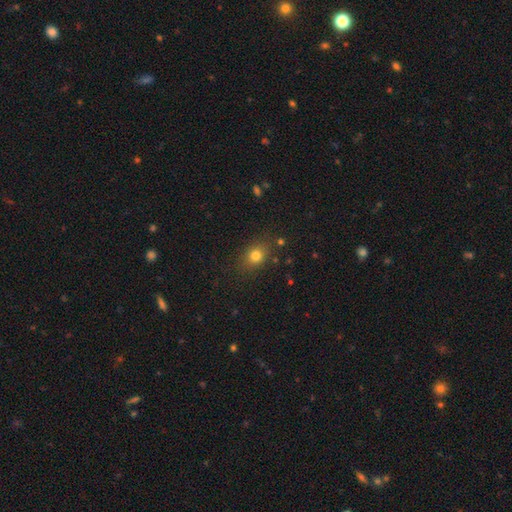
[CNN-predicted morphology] Smooth or featured? Predicted: smooth (p=0.77). How rounded? Predicted: round (p=0.52). Merging? Predicted: none (p=0.82).